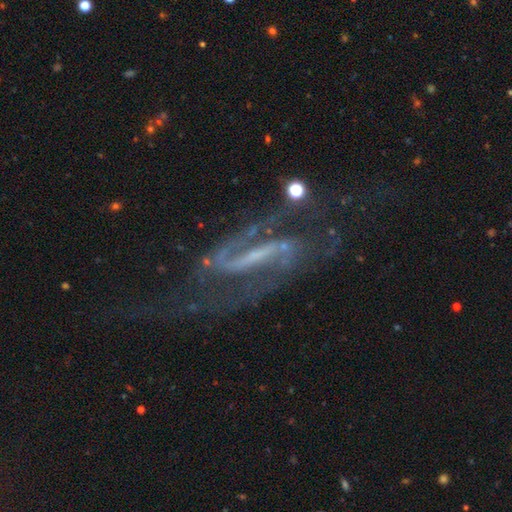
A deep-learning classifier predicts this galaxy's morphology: Smooth or featured: featured or disk — 89% (star or artifact — 7%)
Edge-on disk: no — 93% (yes — 7%)
Bar: strong — 61% (weak — 30%)
Spiral arms: yes — 96% (no — 4%)
Spiral winding: medium — 47% (loose — 37%)
Spiral arm count: 2 — 90% (can't tell — 4%)
Bulge size: small — 50% (none — 34%)
Merging: none — 59% (major disturbance — 19%)